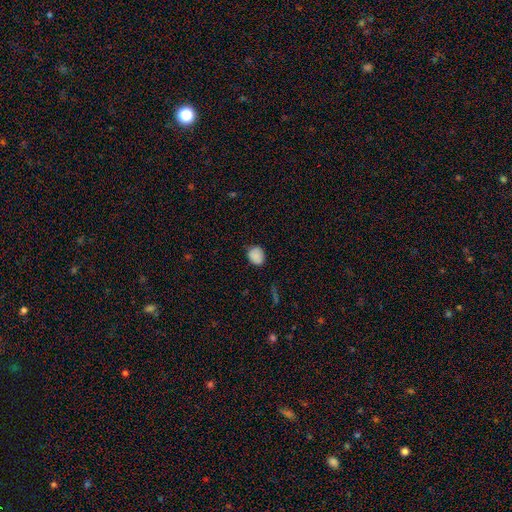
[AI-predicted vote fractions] This appears to be a smooth galaxy with no disk features (86%) that is round (58%). Merging: none (76%).